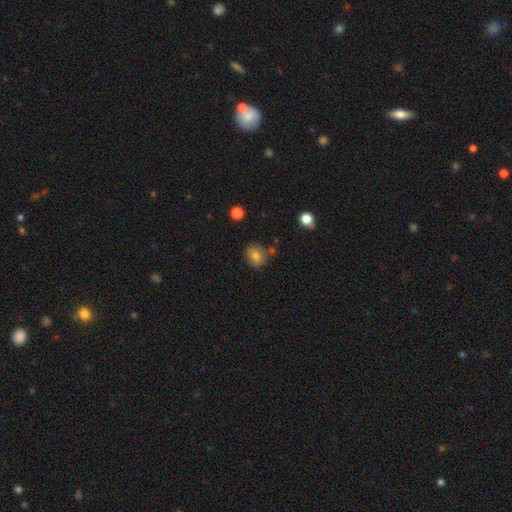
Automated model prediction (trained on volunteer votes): This is likely a smooth galaxy (76%). How rounded: likely round (63%). Merging: likely none (74%).